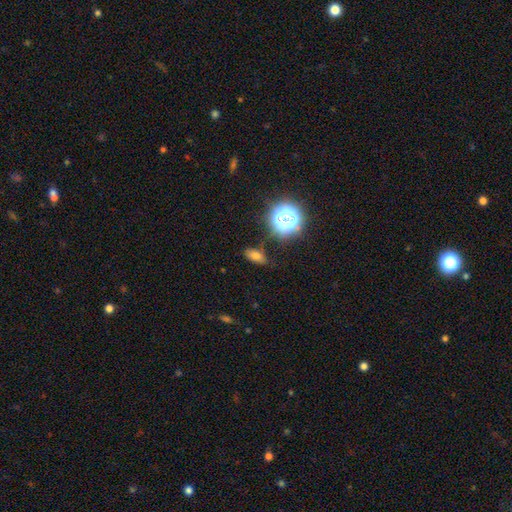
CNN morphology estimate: Smooth or featured: smooth — 66% (star or artifact — 22%)
How rounded: in between — 76% (round — 15%)
Merging: none — 74% (minor disturbance — 17%)